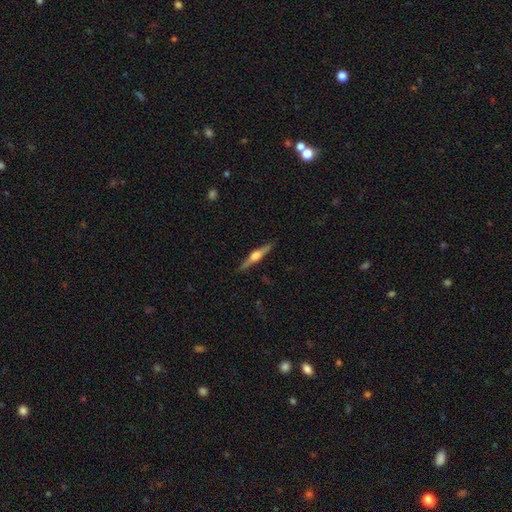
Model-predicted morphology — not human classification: Smooth or featured? Predicted: featured or disk (p=0.76). Edge-on disk? Predicted: yes (p=0.98). Edge-on bulge? Predicted: rounded (p=0.92). Merging? Predicted: none (p=0.90).